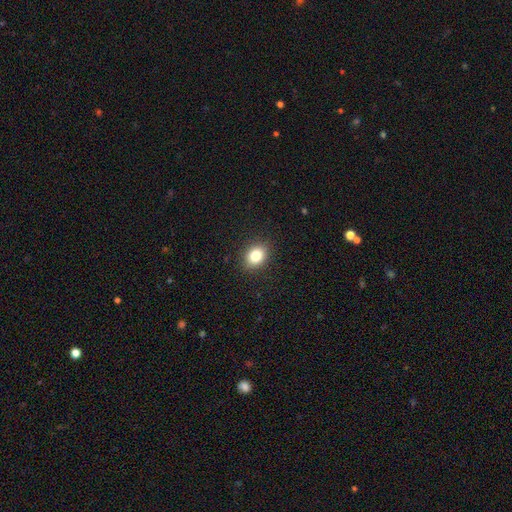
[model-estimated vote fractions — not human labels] Q: Smooth or featured?
A: smooth (82%); runner-up: star or artifact (10%)
Q: How rounded?
A: in between (59%); runner-up: round (40%)
Q: Merging?
A: none (89%); runner-up: minor disturbance (8%)